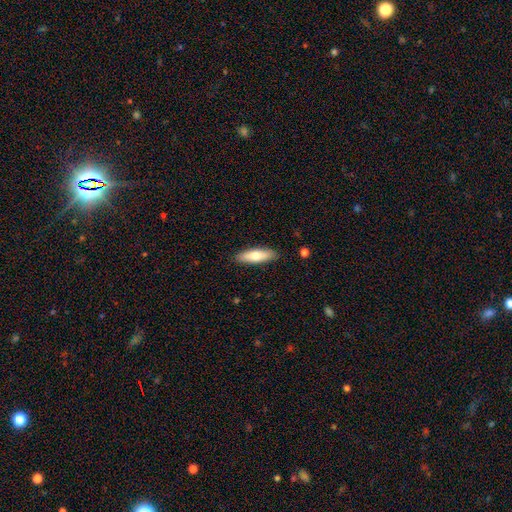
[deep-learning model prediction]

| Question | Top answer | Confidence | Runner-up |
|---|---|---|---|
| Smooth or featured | smooth | 69% | featured or disk (25%) |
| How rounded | in between | 51% | cigar-shaped (47%) |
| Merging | none | 88% | minor disturbance (9%) |